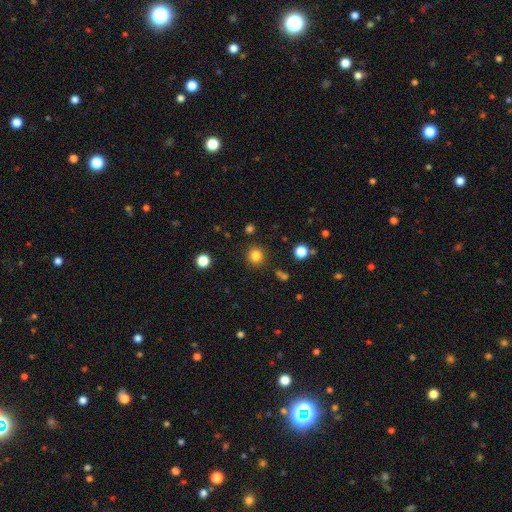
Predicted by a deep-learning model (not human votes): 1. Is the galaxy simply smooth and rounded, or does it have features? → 82% smooth, 13% star or artifact, 5% featured or disk.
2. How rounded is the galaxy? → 94% round, 6% in between, 1% cigar-shaped.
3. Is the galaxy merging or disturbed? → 89% none, 6% minor disturbance, 2% major disturbance, 2% merger.